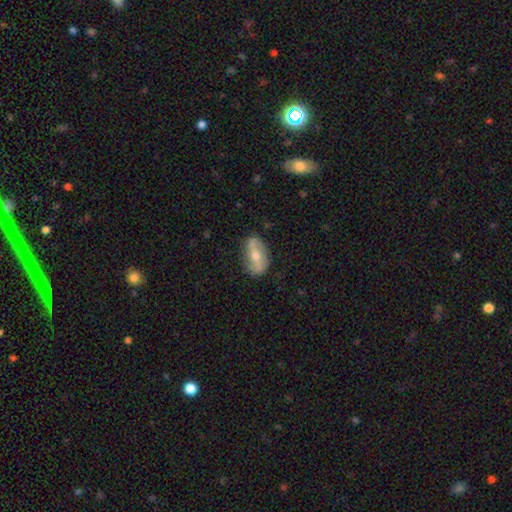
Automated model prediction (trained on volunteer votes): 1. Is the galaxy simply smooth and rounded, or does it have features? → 60% featured or disk, 33% smooth, 7% star or artifact.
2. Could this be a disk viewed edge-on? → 85% no, 15% yes.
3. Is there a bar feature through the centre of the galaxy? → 44% strong, 29% no, 27% weak.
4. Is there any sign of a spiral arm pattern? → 64% yes, 36% no.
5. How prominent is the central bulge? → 62% moderate, 33% small, 3% large, 1% none, 1% dominant.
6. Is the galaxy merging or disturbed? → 79% none, 15% minor disturbance, 4% major disturbance, 1% merger.